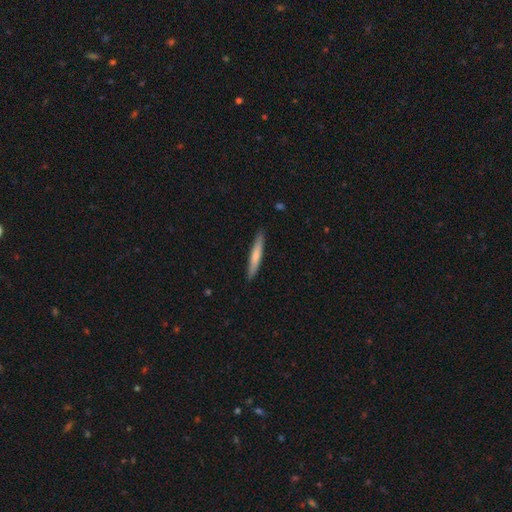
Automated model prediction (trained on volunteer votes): Smooth or featured: smooth — 66% (featured or disk — 29%)
How rounded: cigar-shaped — 94% (in between — 5%)
Merging: none — 90% (minor disturbance — 8%)